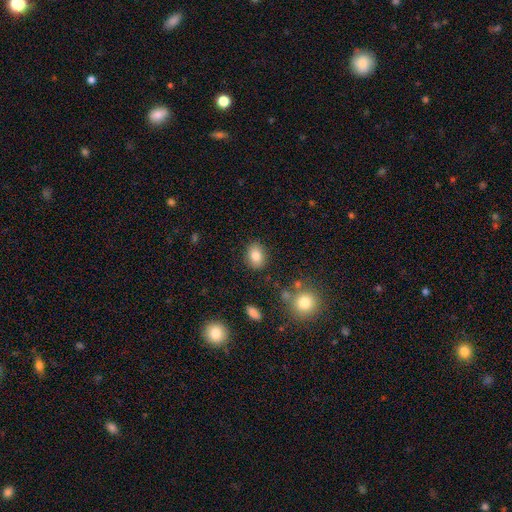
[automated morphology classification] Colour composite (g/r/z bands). It shows a smooth galaxy with no disk features (83%) that is in between round and cigar-shaped (66%). Merging: none (85%).